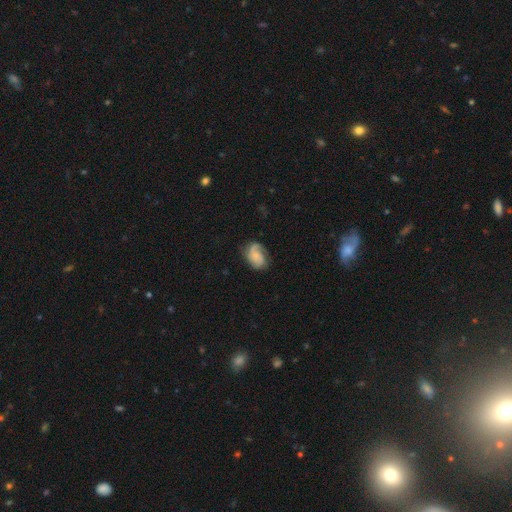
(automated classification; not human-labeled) smooth-or-featured: featured or disk: 65% | smooth: 29% | star or artifact: 7%
  disk-edge-on: no: 97% | yes: 3%
    bar: no: 70% | weak: 26% | strong: 4%
    has-spiral-arms: yes: 92% | no: 8%
      spiral-winding: medium: 41% | tight: 30% | loose: 29%
      spiral-arm-count: 2: 53% | 1: 24% | can't tell: 13% | 3: 7% | 4: 2% | more than 4: 2%
    bulge-size: small: 61% | moderate: 25% | none: 12% | large: 2% | dominant: 1%
  merging: none: 60% | minor disturbance: 25% | major disturbance: 13% | merger: 2%